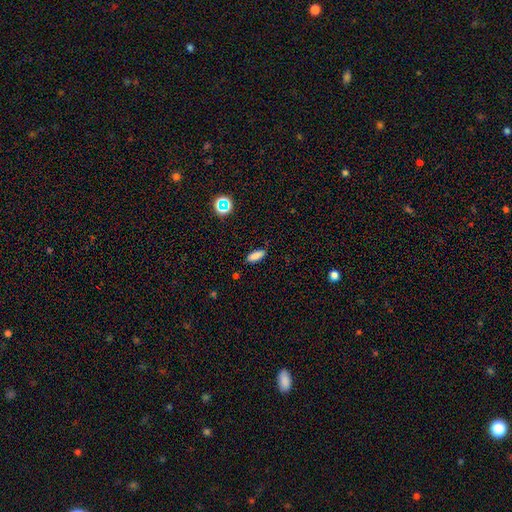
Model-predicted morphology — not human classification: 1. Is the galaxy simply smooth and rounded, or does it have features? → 84% smooth, 10% star or artifact, 6% featured or disk.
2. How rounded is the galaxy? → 72% in between, 25% cigar-shaped, 3% round.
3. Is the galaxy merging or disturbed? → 85% none, 11% minor disturbance, 2% major disturbance, 1% merger.